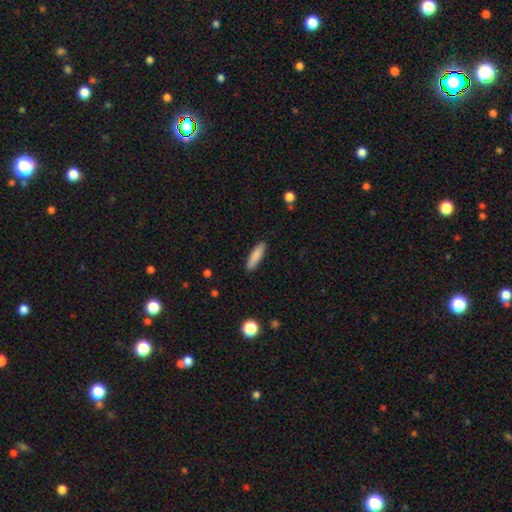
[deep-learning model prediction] Q: Smooth or featured?
A: smooth (86%); runner-up: featured or disk (8%)
Q: How rounded?
A: cigar-shaped (73%); runner-up: in between (25%)
Q: Merging?
A: none (89%); runner-up: minor disturbance (8%)